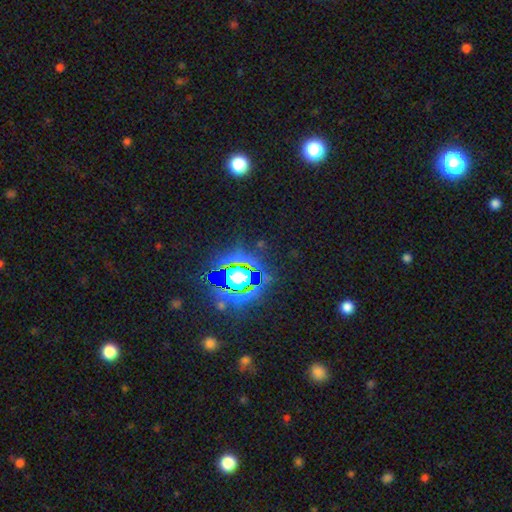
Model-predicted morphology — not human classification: A star or artifact, not a galaxy (84%).